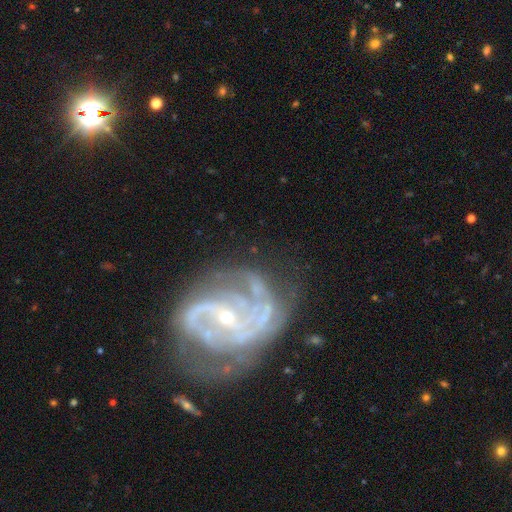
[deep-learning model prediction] The model was most divided on "spiral winding": medium: 45%, tight: 41%, loose: 14%. Remaining: edge-on disk — no (97%); spiral arms — yes (96%); smooth or featured — featured or disk (88%); bulge size — small (73%); merging — none (55%); spiral arm count — 2 (42%); bar — no (39%).